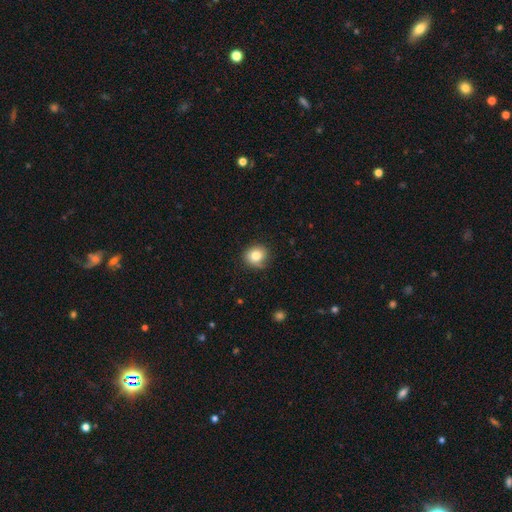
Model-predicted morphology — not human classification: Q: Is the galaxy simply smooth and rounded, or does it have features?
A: smooth — 81%.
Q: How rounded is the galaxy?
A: round — 78%.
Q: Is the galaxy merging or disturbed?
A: none — 74%.